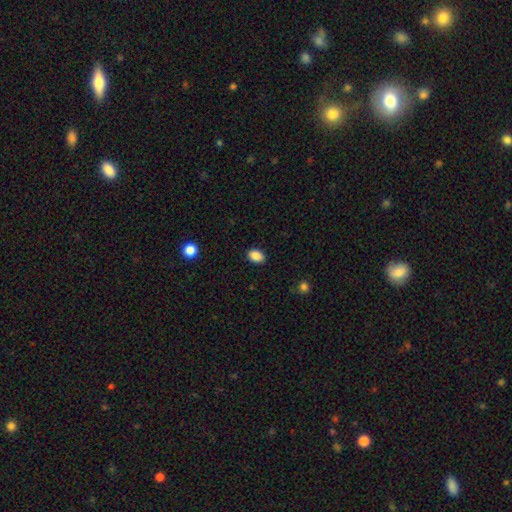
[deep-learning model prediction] Q: Smooth or featured?
A: smooth (88%); runner-up: star or artifact (9%)
Q: How rounded?
A: in between (80%); runner-up: round (19%)
Q: Merging?
A: none (88%); runner-up: minor disturbance (9%)